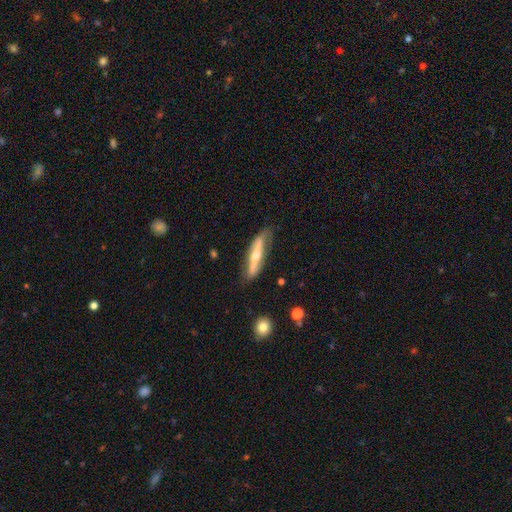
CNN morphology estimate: Smooth or featured? featured or disk (57%)
Edge-on disk? yes (70%)
Merging? none (67%)